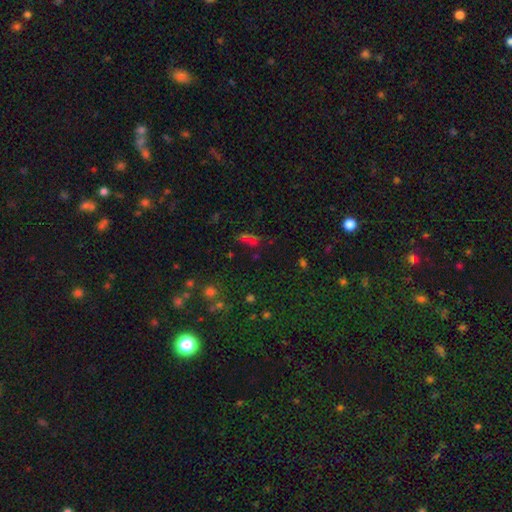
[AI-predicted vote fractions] Smooth or featured: star or artifact — 51% (smooth — 38%)